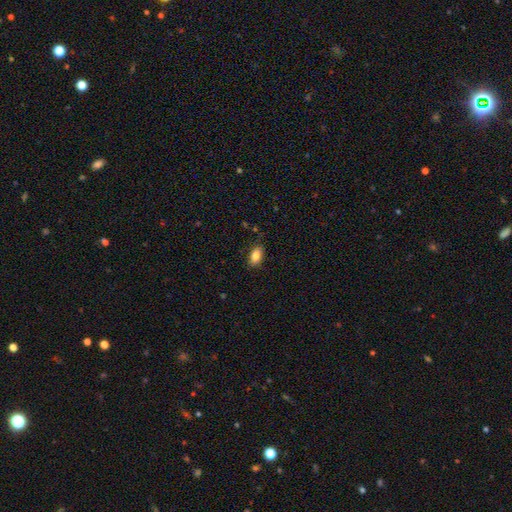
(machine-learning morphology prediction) smooth 85%, star or artifact 8%, featured or disk 7%. Down the decision tree: how rounded — in between (90%); merging — none (85%).